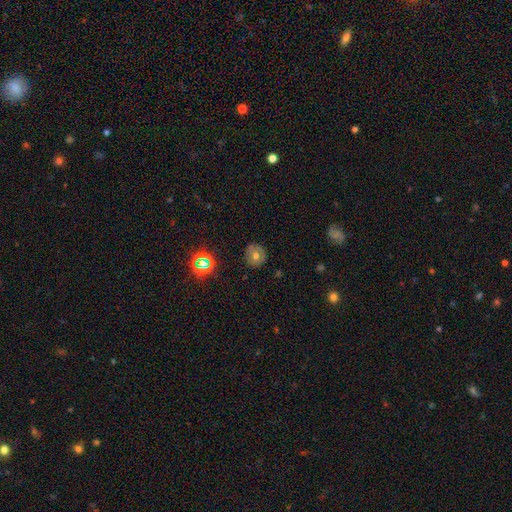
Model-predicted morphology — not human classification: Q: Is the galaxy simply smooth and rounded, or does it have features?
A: smooth — 53%.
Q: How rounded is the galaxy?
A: round — 90%.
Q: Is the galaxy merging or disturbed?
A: none — 84%.